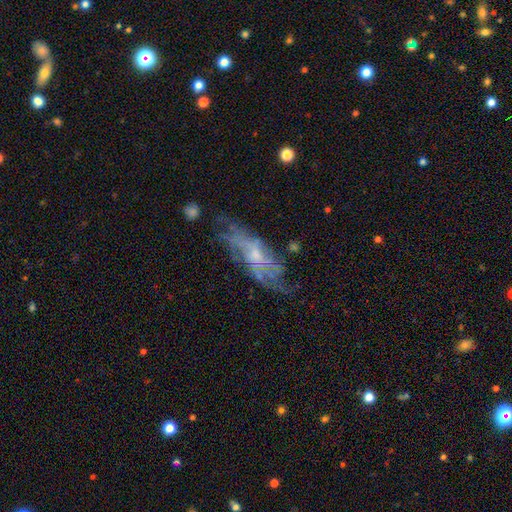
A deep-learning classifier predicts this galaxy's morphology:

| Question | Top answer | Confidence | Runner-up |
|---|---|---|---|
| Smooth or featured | featured or disk | 75% | smooth (17%) |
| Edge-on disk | no | 82% | yes (18%) |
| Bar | no | 69% | weak (26%) |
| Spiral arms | yes | 76% | no (24%) |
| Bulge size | small | 48% | moderate (41%) |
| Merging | none | 60% | minor disturbance (23%) |